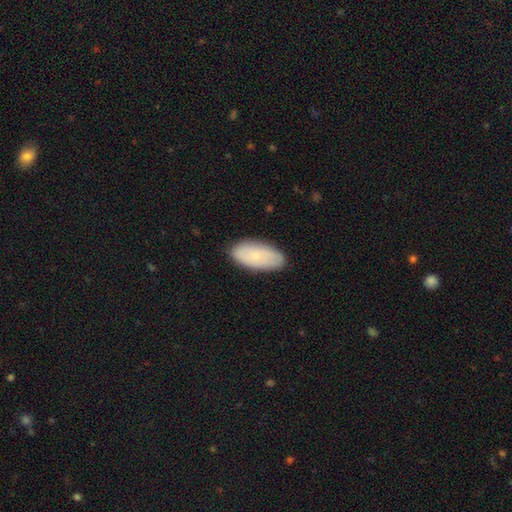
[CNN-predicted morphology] Smooth or featured: smooth — 71% (featured or disk — 23%)
How rounded: in between — 93% (cigar-shaped — 5%)
Merging: none — 85% (minor disturbance — 12%)